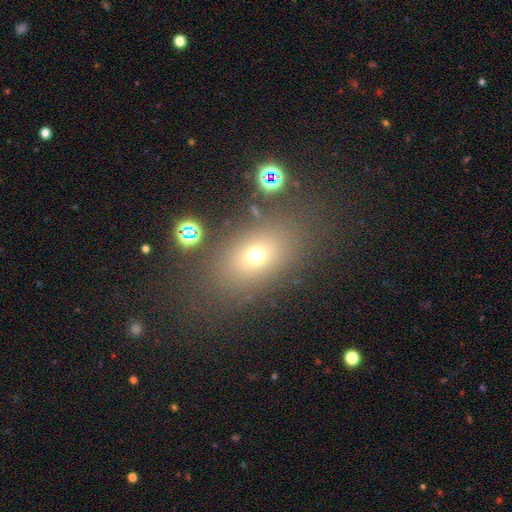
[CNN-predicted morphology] type=smooth (65%); roundness=in between (69%); merging=none (76%).